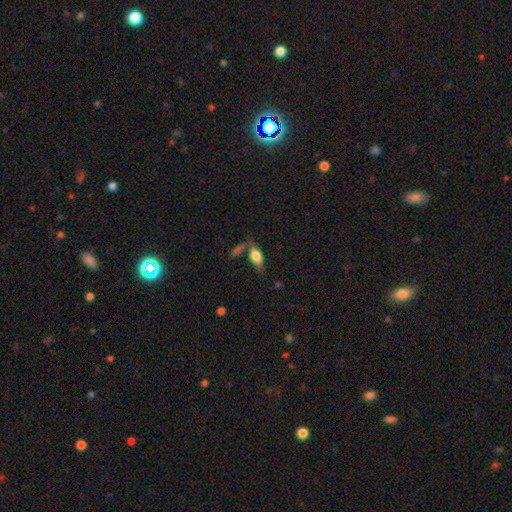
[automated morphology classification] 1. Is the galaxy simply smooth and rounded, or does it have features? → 77% smooth, 15% featured or disk, 8% star or artifact.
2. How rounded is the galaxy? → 87% in between, 8% cigar-shaped, 5% round.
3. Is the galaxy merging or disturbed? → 52% none, 20% minor disturbance, 19% merger, 9% major disturbance.